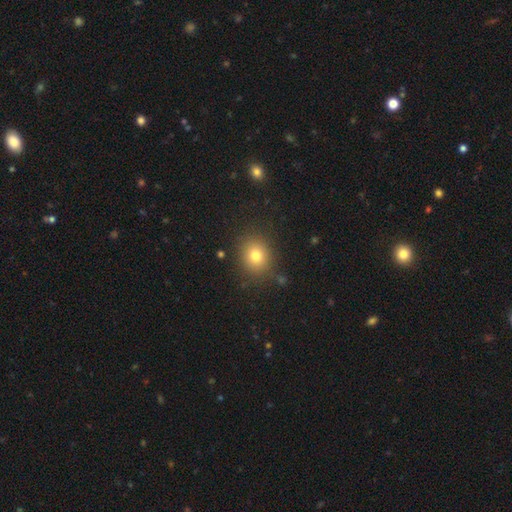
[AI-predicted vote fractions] Overall: smooth (78%). How rounded: round (74%). Merging: none (86%).